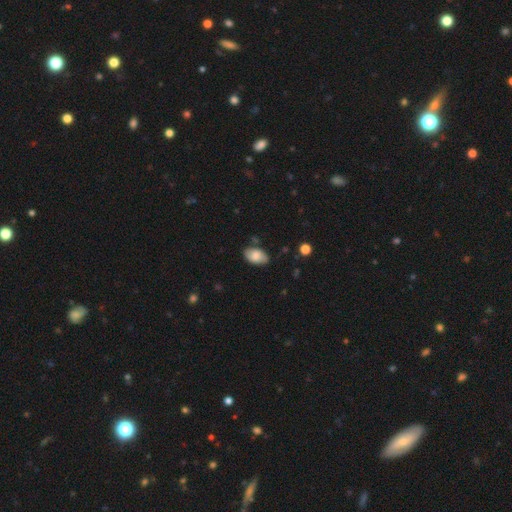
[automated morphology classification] smooth-or-featured: smooth: 80% | featured or disk: 14% | star or artifact: 7%
  how-rounded: in between: 92% | round: 6% | cigar-shaped: 1%
  merging: none: 76% | minor disturbance: 18% | major disturbance: 3% | merger: 2%